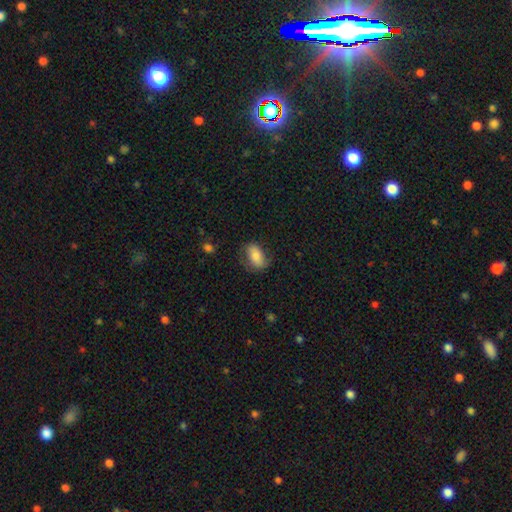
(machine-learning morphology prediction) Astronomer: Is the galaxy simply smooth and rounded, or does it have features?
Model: smooth — 75%.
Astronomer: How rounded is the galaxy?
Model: in between — 89%.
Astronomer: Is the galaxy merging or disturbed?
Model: none — 68%.